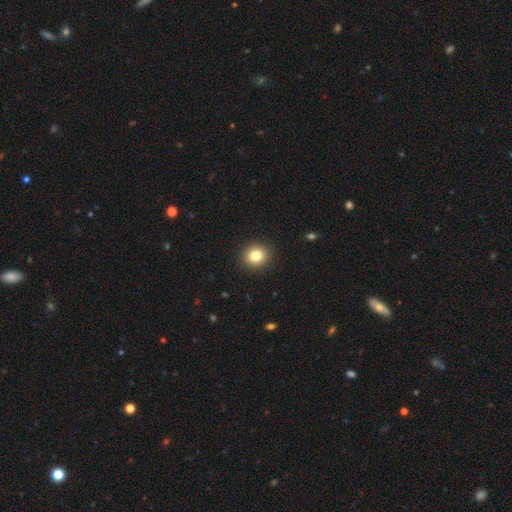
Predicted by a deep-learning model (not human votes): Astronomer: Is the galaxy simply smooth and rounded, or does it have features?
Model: smooth — 82%.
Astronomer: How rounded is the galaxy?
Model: round — 89%.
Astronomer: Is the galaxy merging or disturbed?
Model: none — 92%.